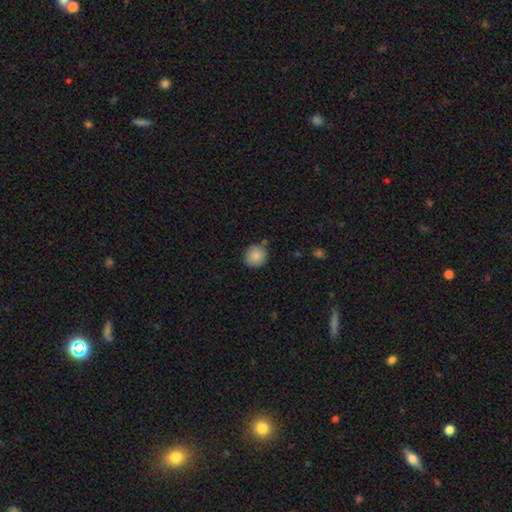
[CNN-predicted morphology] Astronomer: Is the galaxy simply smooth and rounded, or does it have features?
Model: smooth — 86%.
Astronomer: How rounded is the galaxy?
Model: round — 93%.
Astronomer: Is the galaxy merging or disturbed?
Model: none — 82%.